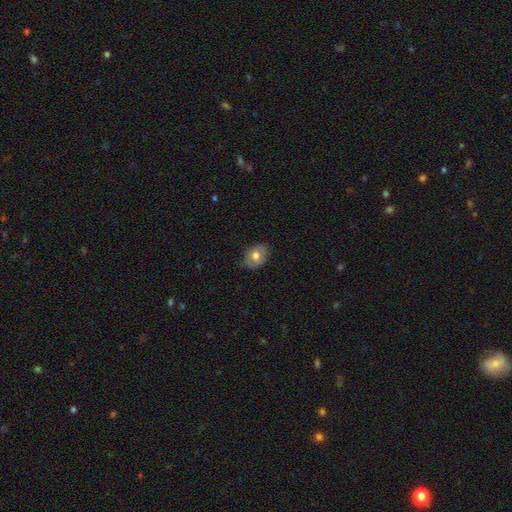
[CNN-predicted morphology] smooth 65%, featured or disk 28%, star or artifact 7%. Down the decision tree: how rounded — in between (80%); merging — none (77%).